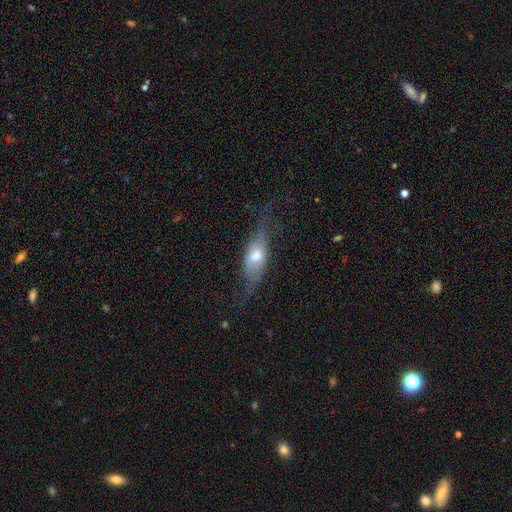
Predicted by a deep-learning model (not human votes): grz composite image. It shows a featured or disk galaxy (52%) viewed edge-on (56%). Merging: none (51%).